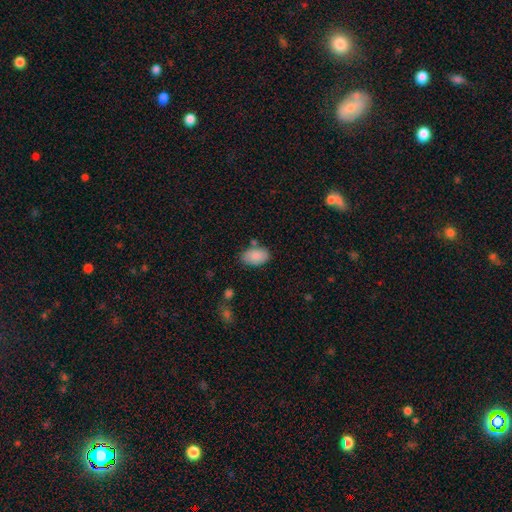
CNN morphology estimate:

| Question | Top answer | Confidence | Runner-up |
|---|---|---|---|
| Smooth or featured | smooth | 88% | star or artifact (7%) |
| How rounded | in between | 92% | round (6%) |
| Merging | none | 73% | minor disturbance (16%) |